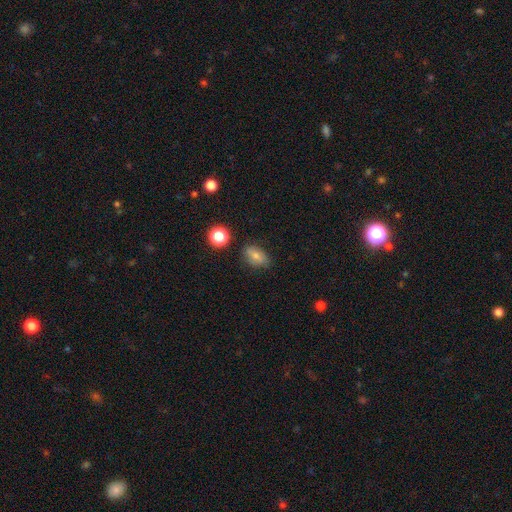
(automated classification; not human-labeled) Overall: smooth (68%). How rounded: in between (80%). Merging: none (77%).